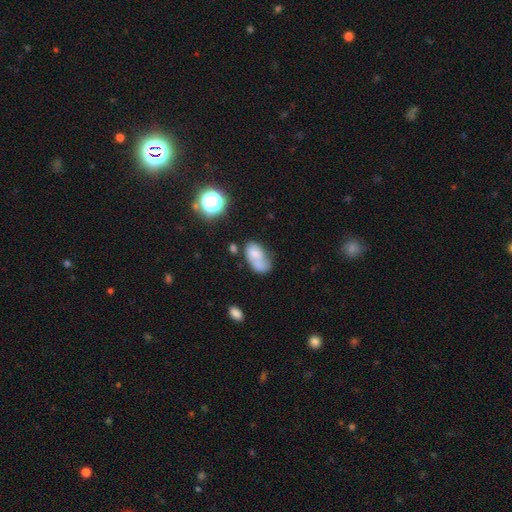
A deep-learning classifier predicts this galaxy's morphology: smooth 65%, featured or disk 24%, star or artifact 11%. Down the decision tree: how rounded — in between (89%); merging — merger (39%).